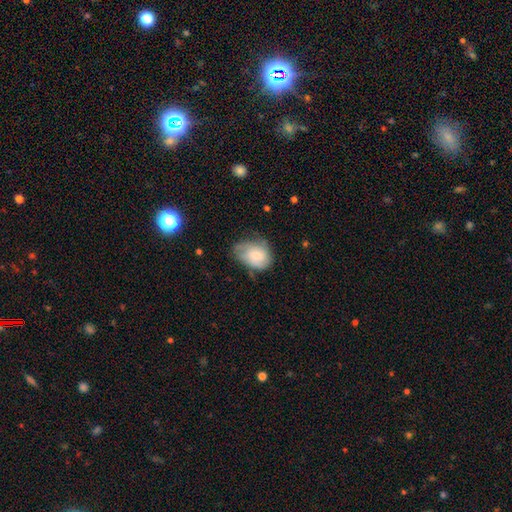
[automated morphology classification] Smooth or featured?
  - smooth: 64% *
  - featured or disk: 28%
  - star or artifact: 7%
How rounded?
  - in between: 71% *
  - round: 28%
  - cigar-shaped: 1%
Merging?
  - none: 41% *
  - minor disturbance: 40%
  - major disturbance: 17%
  - merger: 2%